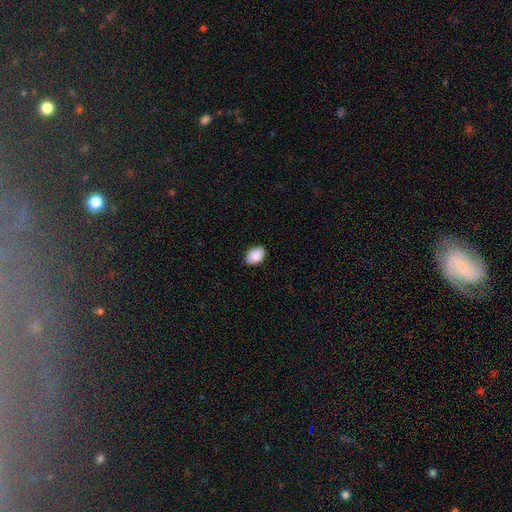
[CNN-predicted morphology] A smooth galaxy with no disk features (90%) that is in between round and cigar-shaped (88%).

Vote fractions:
- Smooth or featured? smooth: 90% / star or artifact: 6% / featured or disk: 3%
- How rounded? in between: 88% / round: 11% / cigar-shaped: 1%
- Merging? none: 86% / minor disturbance: 11% / major disturbance: 2% / merger: 1%